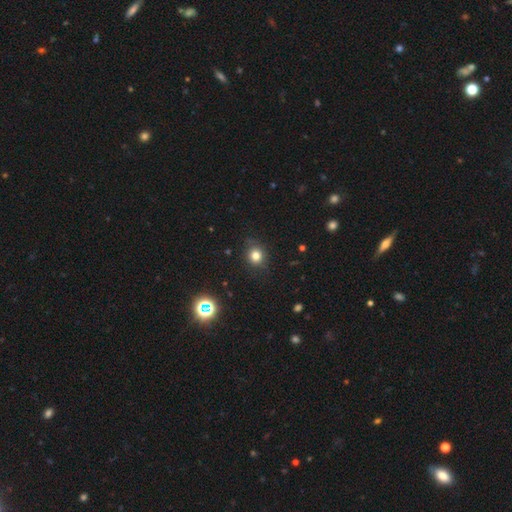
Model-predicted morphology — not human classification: This is likely a smooth galaxy (77%). How rounded: likely round (80%). Merging: clearly none (82%).